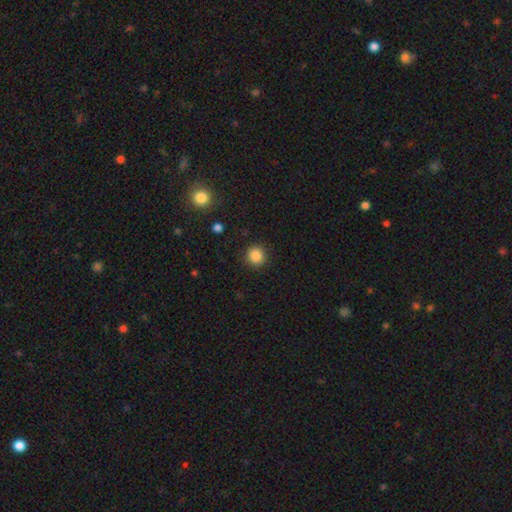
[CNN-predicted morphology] The model was most divided on "smooth or featured": smooth: 86%, star or artifact: 10%, featured or disk: 3%. More confident: how rounded — round (91%); merging — none (90%).